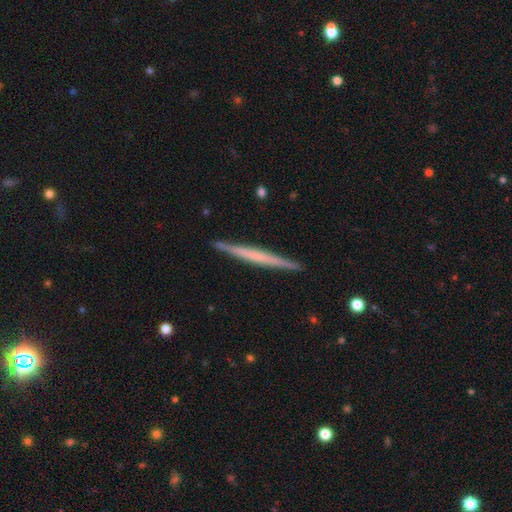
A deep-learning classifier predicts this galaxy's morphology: Smooth or featured: featured or disk — 55% (smooth — 40%)
Edge-on disk: yes — 98% (no — 2%)
Edge-on bulge: none — 79% (rounded — 12%)
Merging: none — 91% (minor disturbance — 7%)